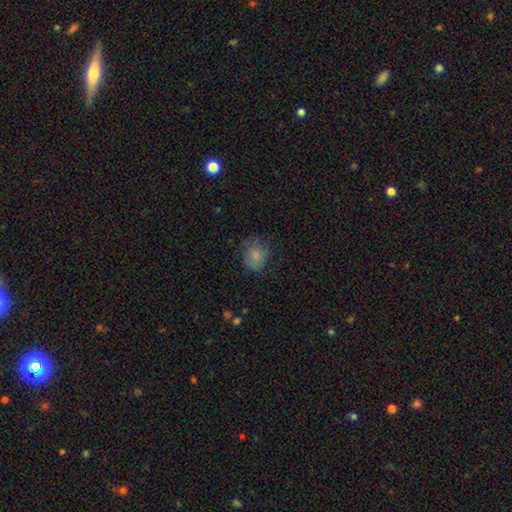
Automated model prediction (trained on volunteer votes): smooth-or-featured: smooth: 79% | featured or disk: 11% | star or artifact: 10%
  how-rounded: round: 66% | in between: 33% | cigar-shaped: 1%
  merging: none: 66% | minor disturbance: 24% | major disturbance: 9% | merger: 1%